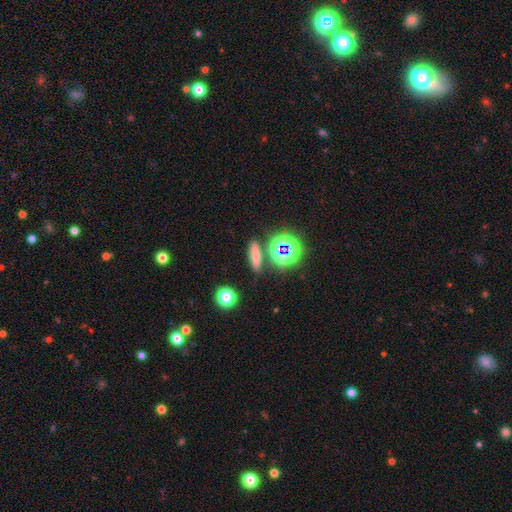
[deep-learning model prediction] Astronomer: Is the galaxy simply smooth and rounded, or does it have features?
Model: smooth — 65%.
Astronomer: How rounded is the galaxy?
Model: cigar-shaped — 48% (runner-up: in between, 38%).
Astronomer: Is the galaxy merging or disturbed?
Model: none — 81%.